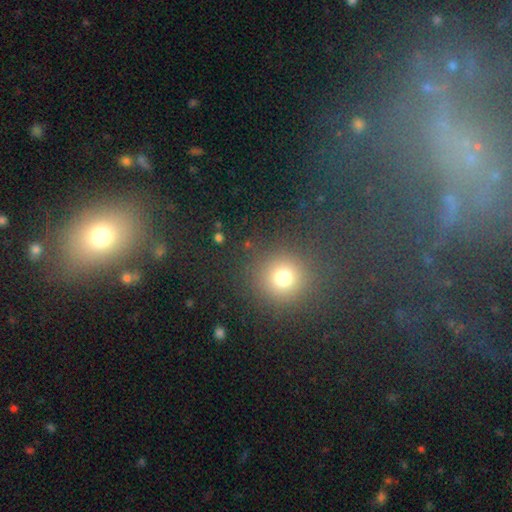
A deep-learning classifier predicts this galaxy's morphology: A smooth galaxy with no disk features (67%) that is round (87%).

Vote fractions:
- Smooth or featured? smooth: 67% / star or artifact: 23% / featured or disk: 9%
- How rounded? round: 87% / in between: 12% / cigar-shaped: 1%
- Merging? none: 87% / minor disturbance: 7% / merger: 3% / major disturbance: 3%